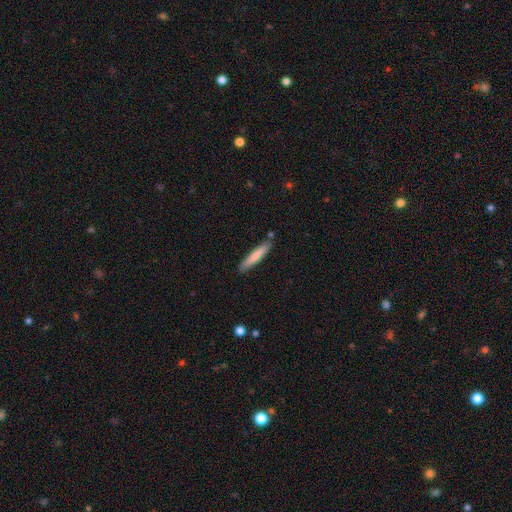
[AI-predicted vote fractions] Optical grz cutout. It shows a smooth galaxy with no disk features (74%) that is cigar-shaped (91%). Merging: none (85%).